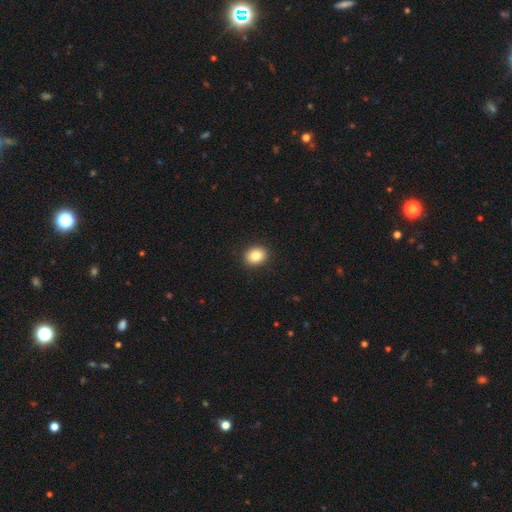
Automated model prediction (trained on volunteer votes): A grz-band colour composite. It shows a smooth galaxy with no disk features (84%) that is round (59%). Merging: none (92%).